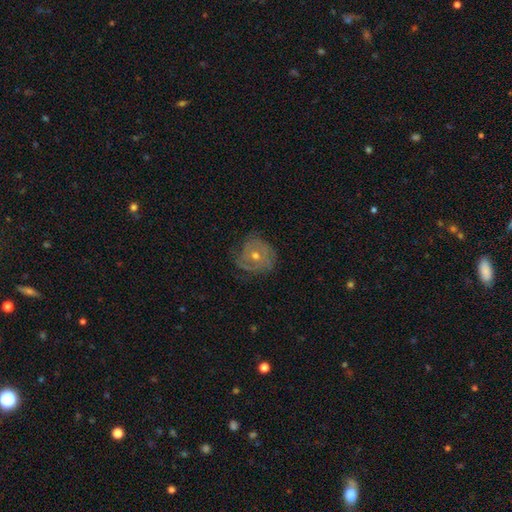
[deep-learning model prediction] A featured or disk galaxy (74%) with no bar (79%), tight (68%) spiral arms (86%) and a moderate central bulge (58%).

Vote fractions:
- Smooth or featured? featured or disk: 74% / smooth: 16% / star or artifact: 10%
- Edge-on disk? no: 97% / yes: 3%
- Bar? no: 79% / weak: 17% / strong: 4%
- Spiral arms? yes: 86% / no: 14%
- Spiral winding? tight: 68% / medium: 25% / loose: 7%
- Spiral arm count? can't tell: 37% / 2: 25% / 3: 21% / 1: 8% / 4: 6% / more than 4: 5%
- Bulge size? moderate: 58% / small: 39% / large: 2% / none: 1% / dominant: 1%
- Merging? none: 73% / minor disturbance: 18% / major disturbance: 7% / merger: 1%